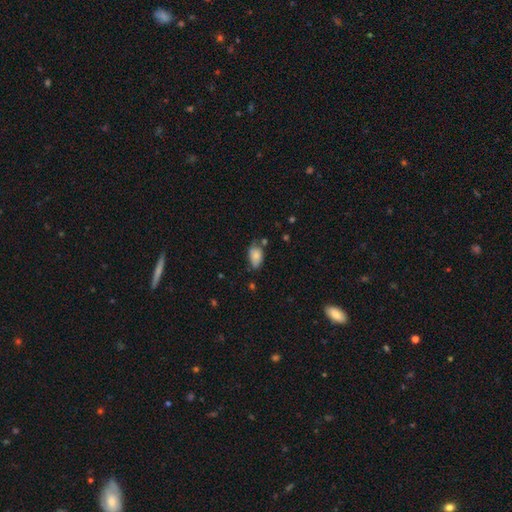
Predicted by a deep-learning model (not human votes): This is likely a smooth galaxy (79%). How rounded: clearly in between (90%). Merging: possibly none (51%).